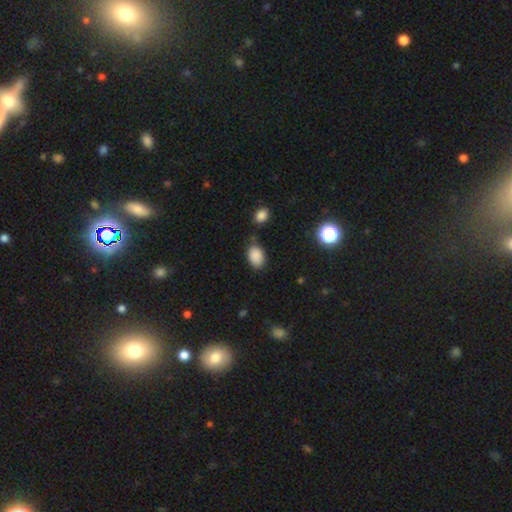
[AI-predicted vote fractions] Smooth or featured? Predicted: smooth (p=0.87). How rounded? Predicted: in between (p=0.83). Merging? Predicted: none (p=0.73).